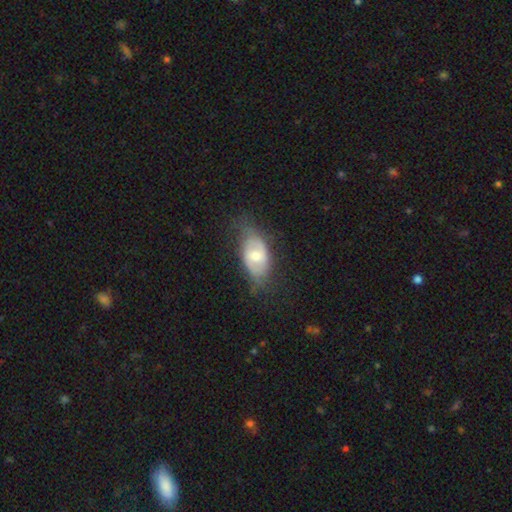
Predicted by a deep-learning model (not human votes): Smooth or featured: featured or disk — 55% (smooth — 39%)
Edge-on disk: no — 91% (yes — 9%)
Merging: none — 62% (minor disturbance — 26%)